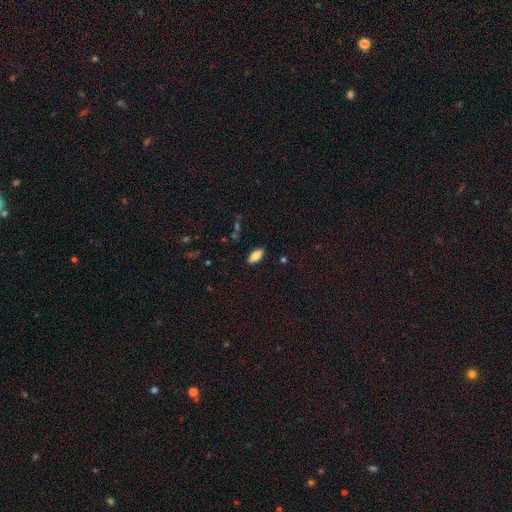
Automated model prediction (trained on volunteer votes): This is clearly a smooth galaxy (80%). How rounded: clearly in between (86%). Merging: clearly none (88%).